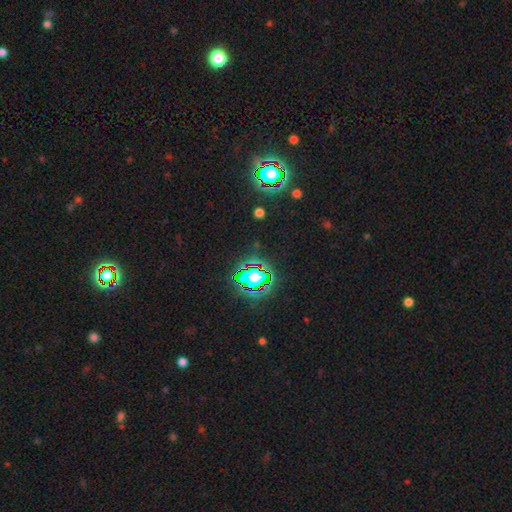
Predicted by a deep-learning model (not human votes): This is clearly a star or artifact rather than a galaxy (81%).